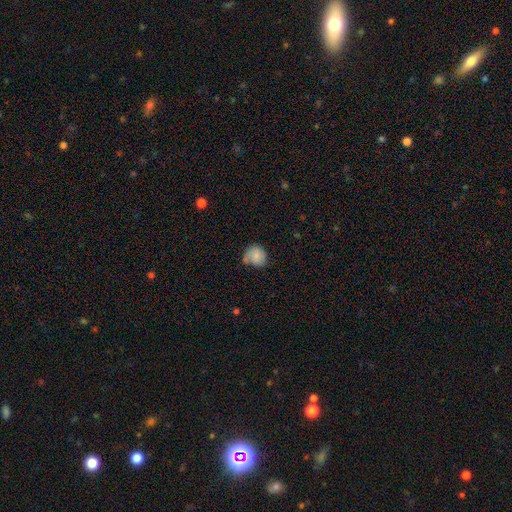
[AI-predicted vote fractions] smooth-or-featured: smooth: 63% | featured or disk: 29% | star or artifact: 8%
  how-rounded: round: 70% | in between: 29% | cigar-shaped: 1%
  merging: none: 46% | minor disturbance: 35% | major disturbance: 17% | merger: 3%